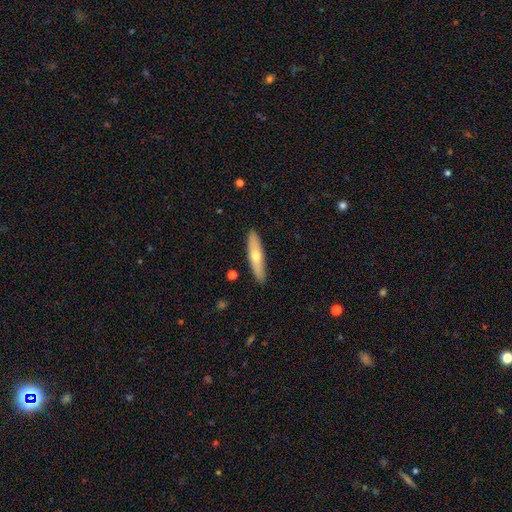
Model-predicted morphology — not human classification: smooth_or_featured: smooth (p=0.55) [alt: featured or disk p=0.40]
how_rounded: cigar-shaped (p=0.78) [alt: in between p=0.20]
merging: none (p=0.89) [alt: minor disturbance p=0.08]